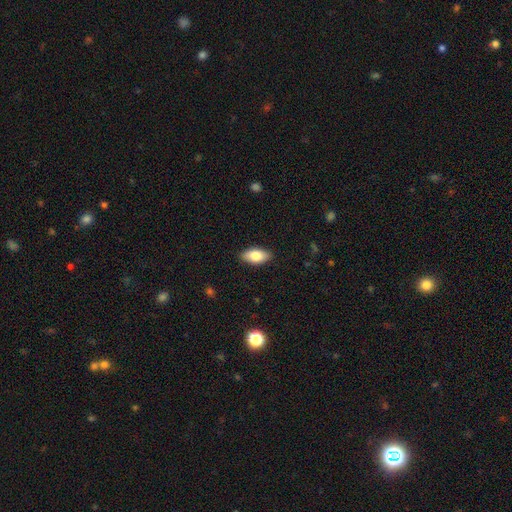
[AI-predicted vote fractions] Q: Smooth or featured?
A: smooth (81%); runner-up: featured or disk (12%)
Q: How rounded?
A: in between (92%); runner-up: cigar-shaped (5%)
Q: Merging?
A: none (89%); runner-up: minor disturbance (9%)